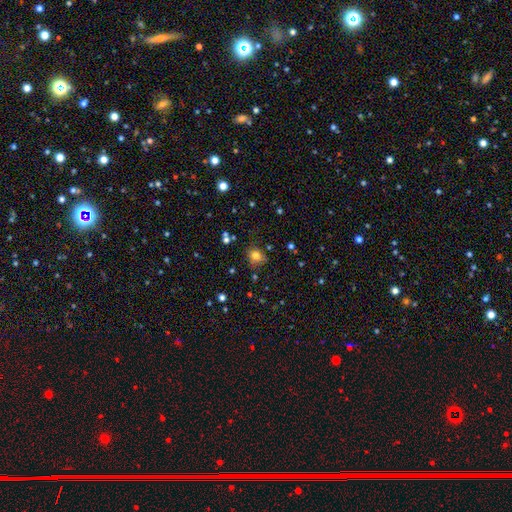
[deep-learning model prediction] smooth_or_featured: smooth (p=0.76) [alt: star or artifact p=0.16]
how_rounded: round (p=0.71) [alt: in between p=0.28]
merging: none (p=0.70) [alt: minor disturbance p=0.19]